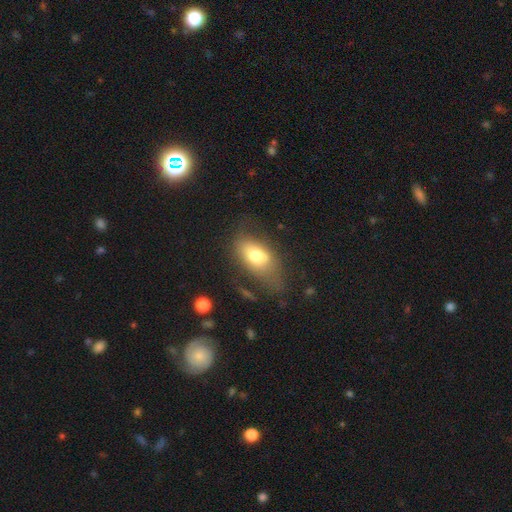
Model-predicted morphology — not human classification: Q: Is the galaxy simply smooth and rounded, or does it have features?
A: smooth — 67%.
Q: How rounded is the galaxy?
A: in between — 88%.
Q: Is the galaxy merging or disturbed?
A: none — 43%.